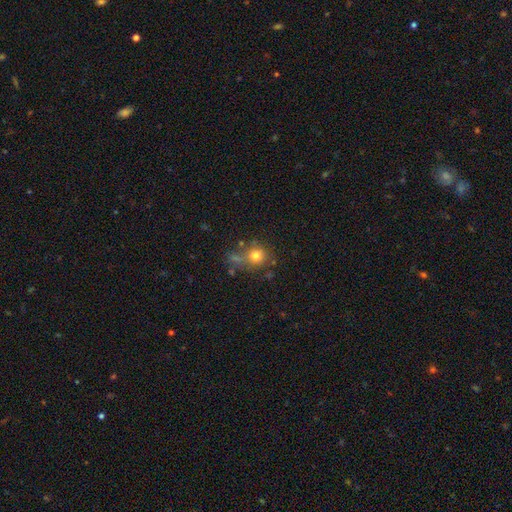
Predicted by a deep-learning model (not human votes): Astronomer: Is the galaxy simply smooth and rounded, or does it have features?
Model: smooth — 75%.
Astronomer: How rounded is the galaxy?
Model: round — 84%.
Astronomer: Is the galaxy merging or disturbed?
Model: none — 60%.